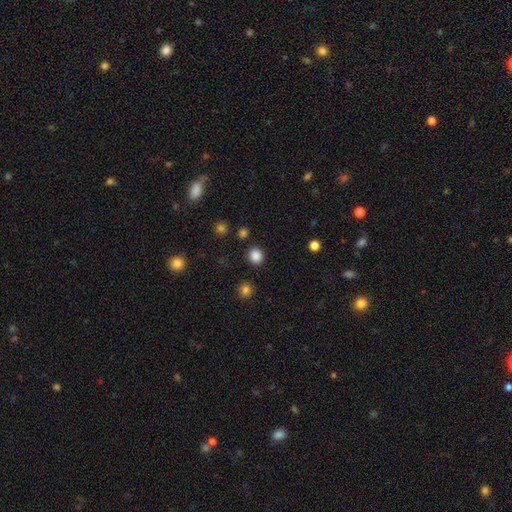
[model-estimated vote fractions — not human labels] smooth 85%, star or artifact 12%, featured or disk 3%. Down the decision tree: how rounded — round (84%); merging — none (89%).